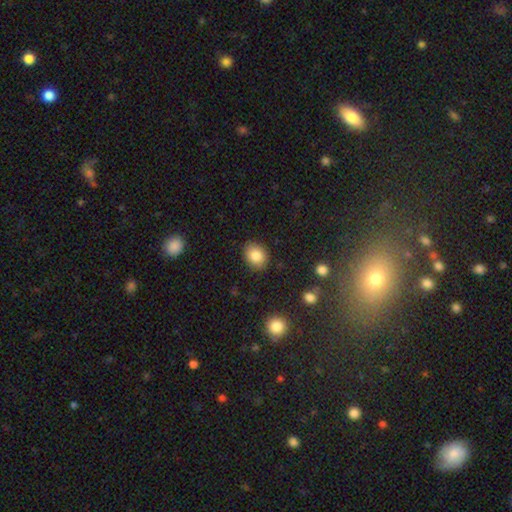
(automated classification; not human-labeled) Smooth or featured? Predicted: smooth (p=0.85). How rounded? Predicted: in between (p=0.51). Merging? Predicted: none (p=0.87).